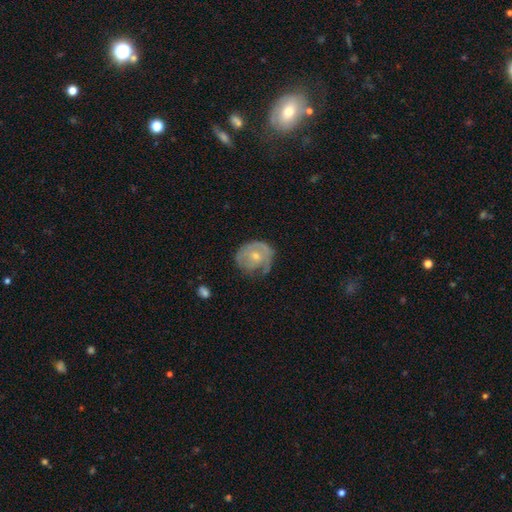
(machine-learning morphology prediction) This is likely a featured or disk galaxy (63%). It is clearly not viewed edge-on (97%). Bar: likely no (75%). Spiral arm pattern: likely yes (73%). Central bulge: possibly small (59%). Merging: possibly none (49%).